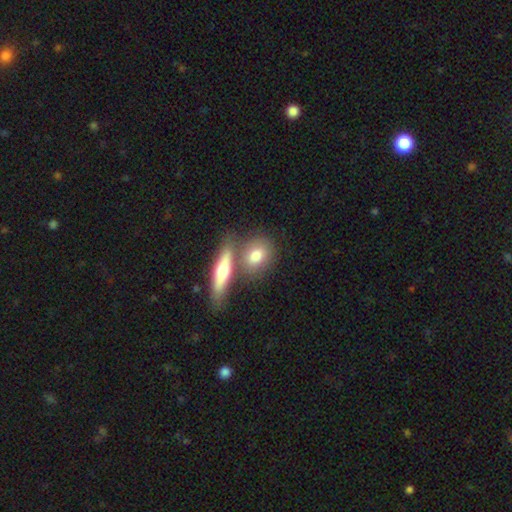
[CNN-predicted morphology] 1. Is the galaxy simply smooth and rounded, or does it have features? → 74% smooth, 19% featured or disk, 7% star or artifact.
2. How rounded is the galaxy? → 53% in between, 37% round, 10% cigar-shaped.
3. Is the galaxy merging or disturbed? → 54% none, 31% merger, 11% minor disturbance, 4% major disturbance.